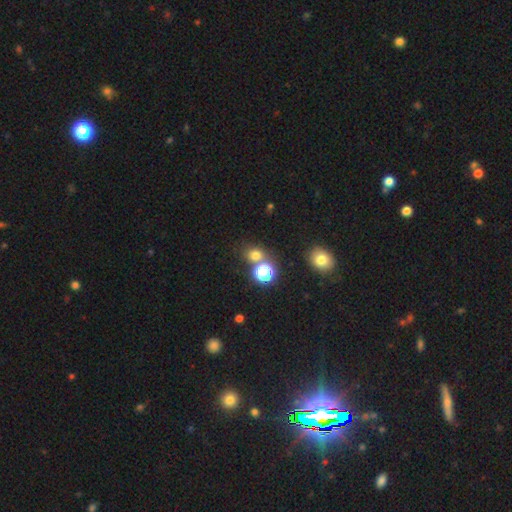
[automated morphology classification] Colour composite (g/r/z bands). It shows a smooth galaxy with no disk features (66%) that is round (74%). Merging: none (70%).